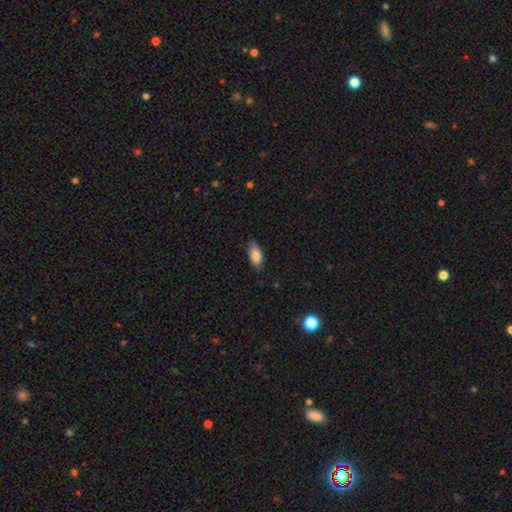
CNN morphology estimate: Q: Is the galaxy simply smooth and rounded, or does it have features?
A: smooth — 85%.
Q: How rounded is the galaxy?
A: in between — 90%.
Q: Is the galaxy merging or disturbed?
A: none — 80%.